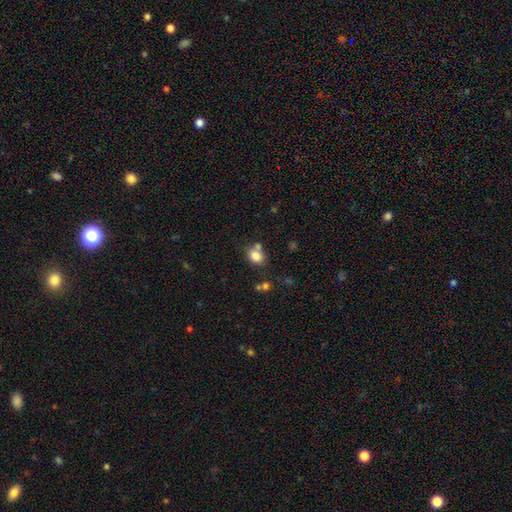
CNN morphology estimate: Smooth or featured?
  - smooth: 82% *
  - star or artifact: 10%
  - featured or disk: 8%
How rounded?
  - in between: 56% *
  - round: 42%
  - cigar-shaped: 1%
Merging?
  - none: 62% *
  - merger: 20%
  - minor disturbance: 14%
  - major disturbance: 4%